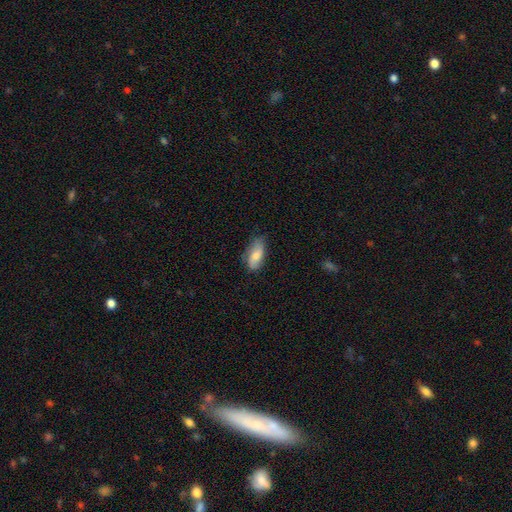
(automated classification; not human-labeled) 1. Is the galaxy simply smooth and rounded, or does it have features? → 69% smooth, 25% featured or disk, 7% star or artifact.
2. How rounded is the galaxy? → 85% in between, 12% cigar-shaped, 3% round.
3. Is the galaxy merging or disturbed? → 69% none, 25% minor disturbance, 5% major disturbance, 1% merger.